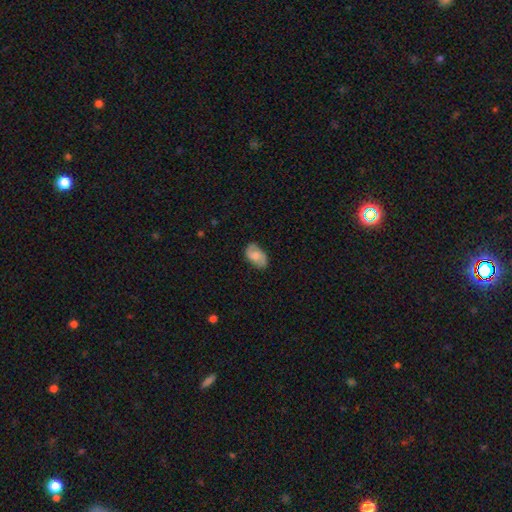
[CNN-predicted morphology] This is possibly a smooth galaxy (60%). How rounded: clearly in between (92%). Merging: likely none (72%).